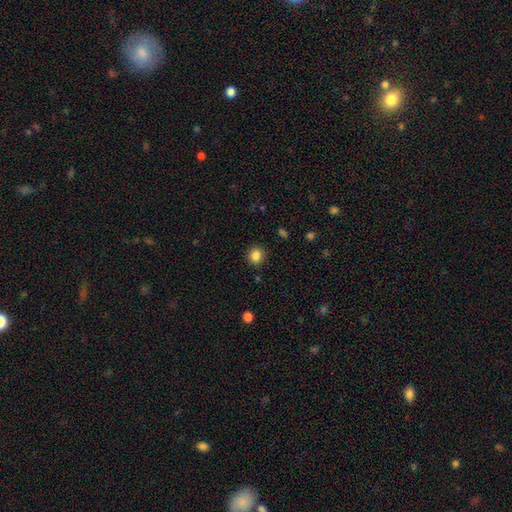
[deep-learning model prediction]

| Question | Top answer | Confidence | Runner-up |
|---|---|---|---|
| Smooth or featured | smooth | 85% | star or artifact (11%) |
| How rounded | round | 83% | in between (16%) |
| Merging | none | 90% | minor disturbance (7%) |